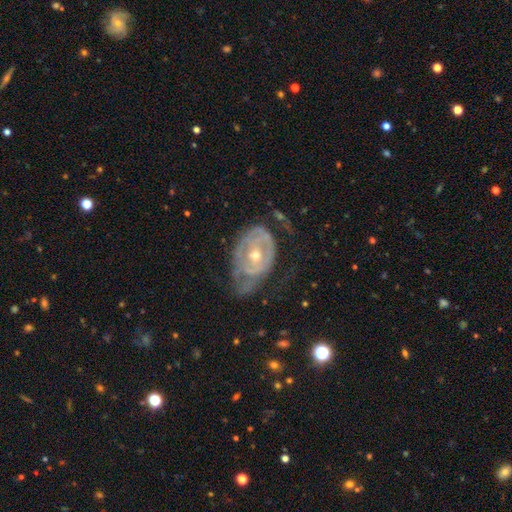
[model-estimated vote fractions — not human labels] Smooth or featured?
  - featured or disk: 76% *
  - smooth: 17%
  - star or artifact: 7%
Edge-on disk?
  - no: 95% *
  - yes: 5%
Bar?
  - no: 68% *
  - weak: 24%
  - strong: 8%
Spiral arms?
  - yes: 62% *
  - no: 38%
Bulge size?
  - small: 49% *
  - moderate: 48%
  - large: 1%
  - none: 1%
  - dominant: 1%
Merging?
  - none: 34% *
  - major disturbance: 33%
  - minor disturbance: 30%
  - merger: 3%